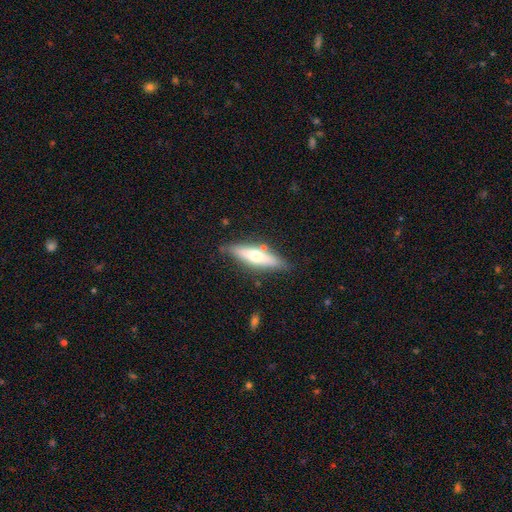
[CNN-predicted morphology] type=smooth (47%, tied with featured or disk); merging=none (75%).